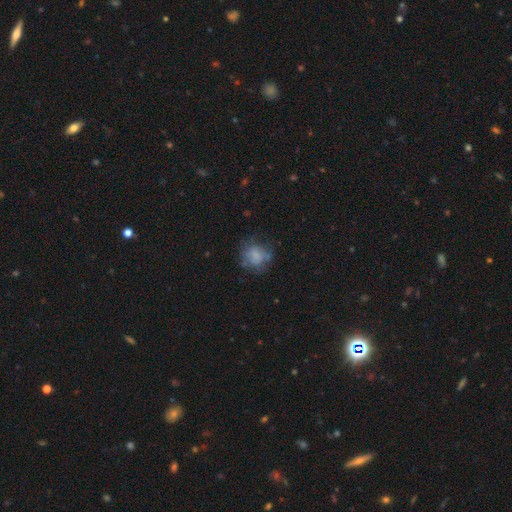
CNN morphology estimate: Overall: smooth (61%; featured or disk 27%). How rounded: round (72%). Merging: none (59%; minor disturbance 22%).